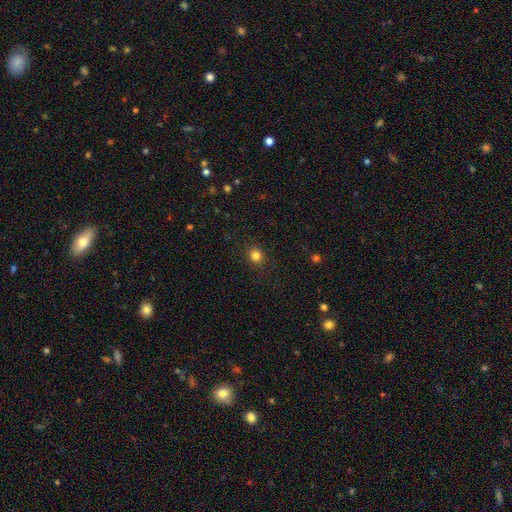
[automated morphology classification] type=smooth (83%); roundness=round (82%); merging=none (89%).